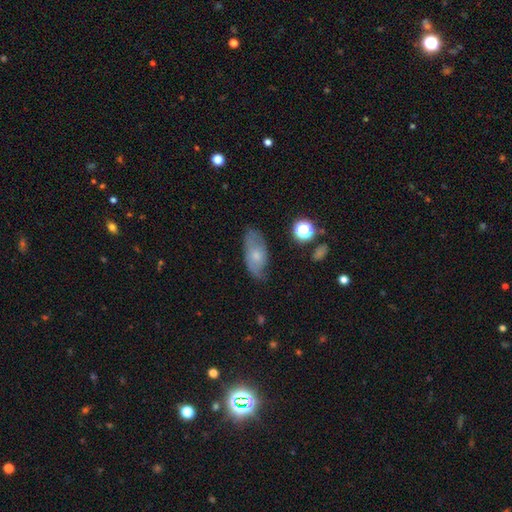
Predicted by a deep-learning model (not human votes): smooth 51%, featured or disk 41%, star or artifact 8%. Down the decision tree: how rounded — in between (89%); merging — none (64%).